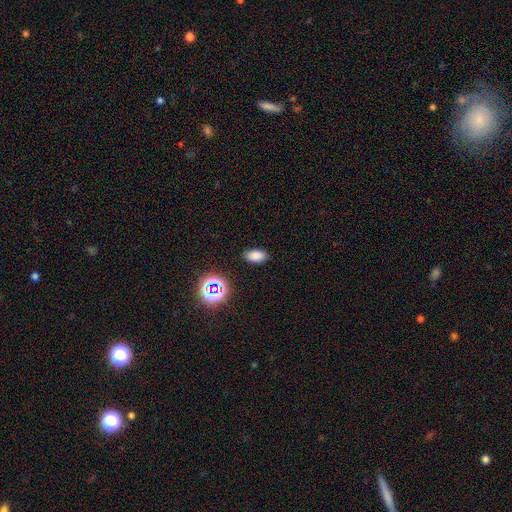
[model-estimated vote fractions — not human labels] Morphology: type=smooth (79%); roundness=in between (91%); merging=none (85%).